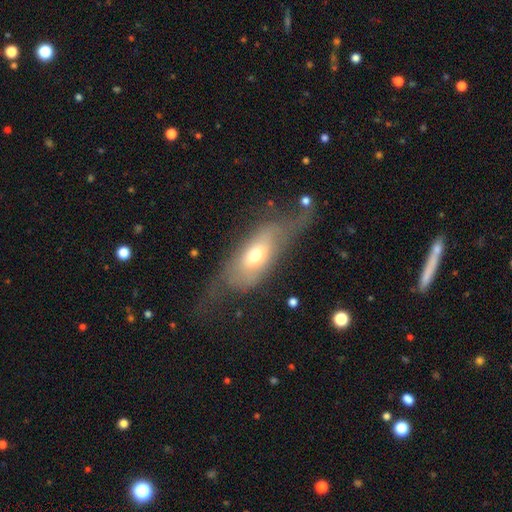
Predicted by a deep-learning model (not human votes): Smooth or featured? featured or disk (46%, tied with smooth)
Merging? major disturbance (40%)